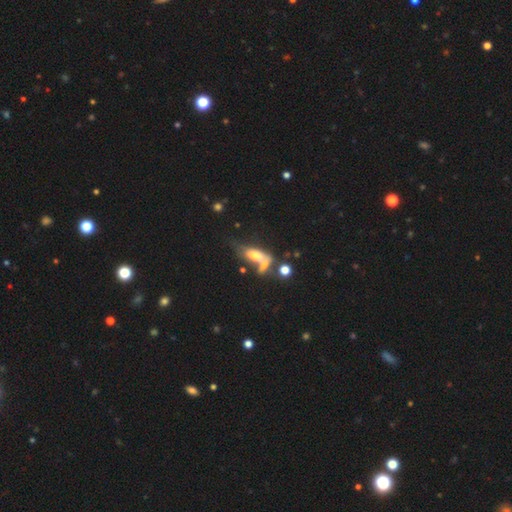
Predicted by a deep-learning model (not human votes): Overall: smooth (55%; featured or disk 34%). How rounded: in between (68%). Merging: merger (48%; none 23%).